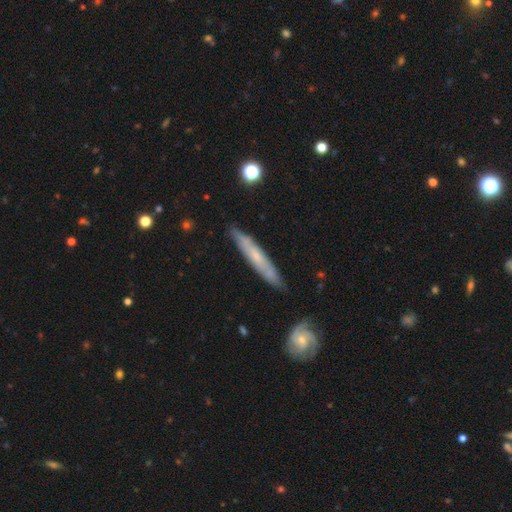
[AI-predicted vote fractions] Q: Smooth or featured?
A: featured or disk (49%); runner-up: smooth (45%)
Q: Merging?
A: none (84%); runner-up: minor disturbance (12%)